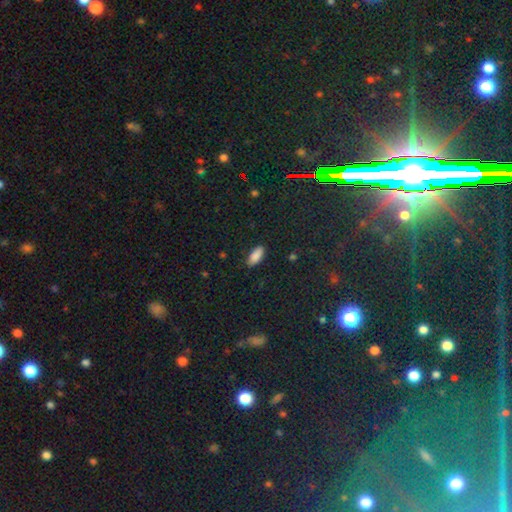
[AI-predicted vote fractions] Q: Smooth or featured?
A: smooth (87%); runner-up: star or artifact (9%)
Q: How rounded?
A: in between (86%); runner-up: cigar-shaped (11%)
Q: Merging?
A: none (86%); runner-up: minor disturbance (10%)